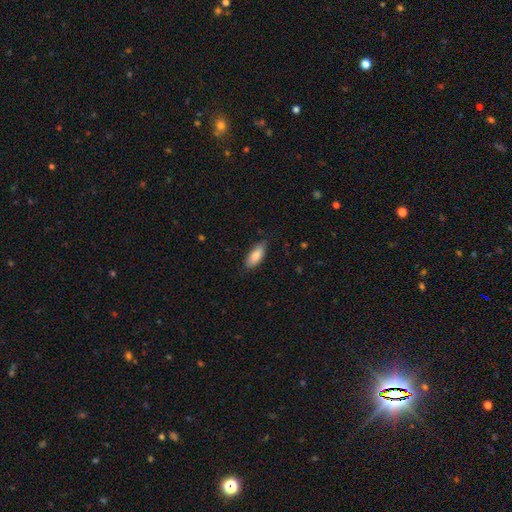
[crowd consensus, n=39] Smooth or featured?
  - smooth: 85% *
  - star or artifact: 10%
  - featured or disk: 5%
How rounded?
  - in between: 85% *
  - cigar-shaped: 15%
  - round: 0%
Merging?
  - none: 83% *
  - minor disturbance: 17%
  - major disturbance: 0%
  - merger: 0%